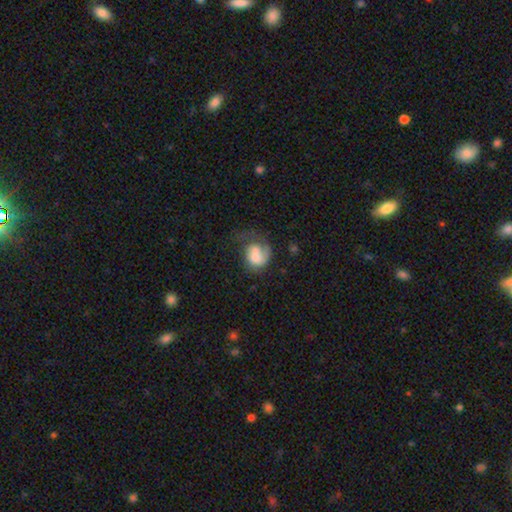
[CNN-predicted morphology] Overall: smooth (50%; featured or disk 42%). How rounded: round (54%; in between 45%). Merging: major disturbance (37%; none 27%).